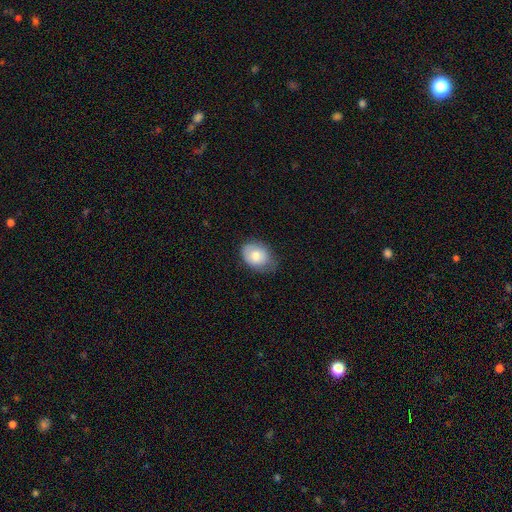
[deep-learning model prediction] Smooth or featured? Predicted: smooth (p=0.76). How rounded? Predicted: in between (p=0.69). Merging? Predicted: none (p=0.59).